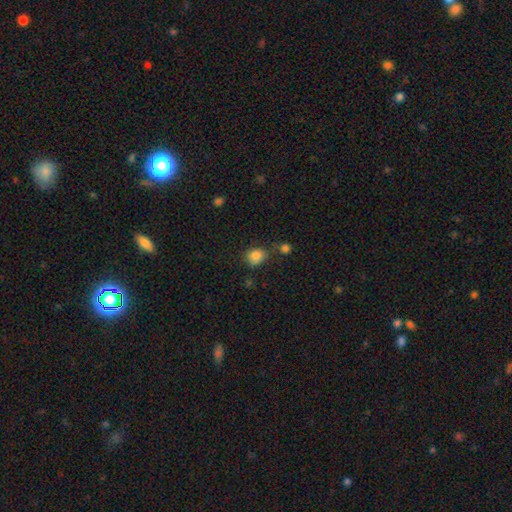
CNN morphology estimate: A smooth galaxy with no disk features (83%) that is round (56%).

Vote fractions:
- Smooth or featured? smooth: 83% / star or artifact: 10% / featured or disk: 6%
- How rounded? round: 56% / in between: 43% / cigar-shaped: 1%
- Merging? none: 62% / minor disturbance: 21% / merger: 11% / major disturbance: 6%